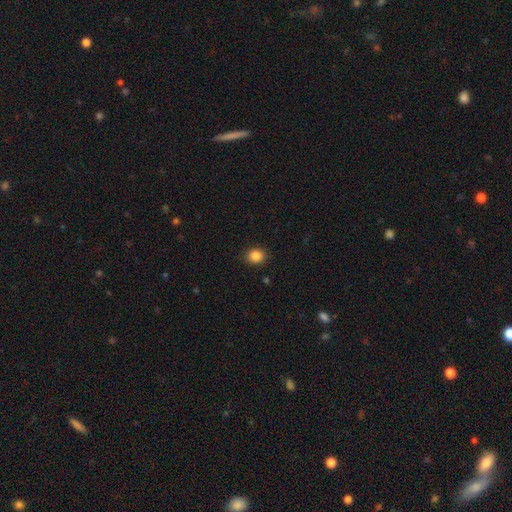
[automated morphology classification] Smooth or featured? Predicted: smooth (p=0.85). How rounded? Predicted: round (p=0.63). Merging? Predicted: none (p=0.90).